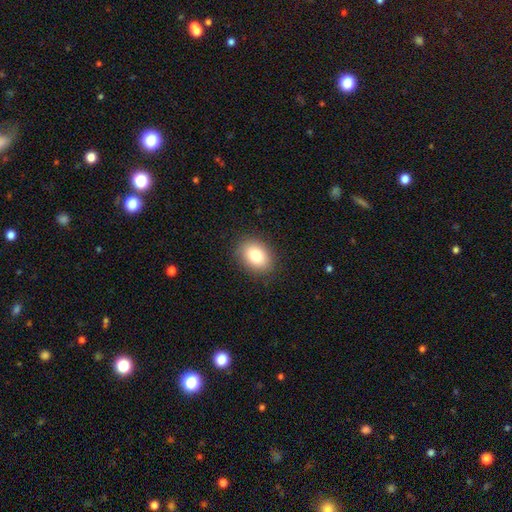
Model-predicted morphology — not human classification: A smooth galaxy with no disk features (80%) that is in between round and cigar-shaped (66%). Merging: none (88%).